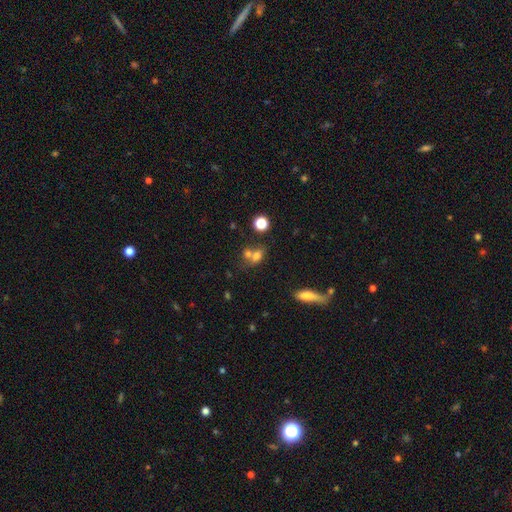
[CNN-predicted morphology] A smooth galaxy with no disk features (70%) that is in between round and cigar-shaped (58%).

Vote fractions:
- Smooth or featured? smooth: 70% / featured or disk: 16% / star or artifact: 15%
- How rounded? in between: 58% / round: 38% / cigar-shaped: 4%
- Merging? merger: 50% / none: 34% / minor disturbance: 10% / major disturbance: 5%